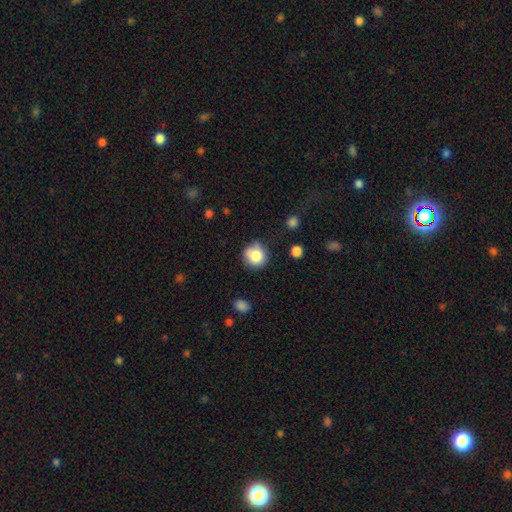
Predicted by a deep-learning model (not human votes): smooth_or_featured: smooth (p=0.82) [alt: star or artifact p=0.10]
how_rounded: round (p=0.90) [alt: in between p=0.09]
merging: none (p=0.73) [alt: minor disturbance p=0.19]